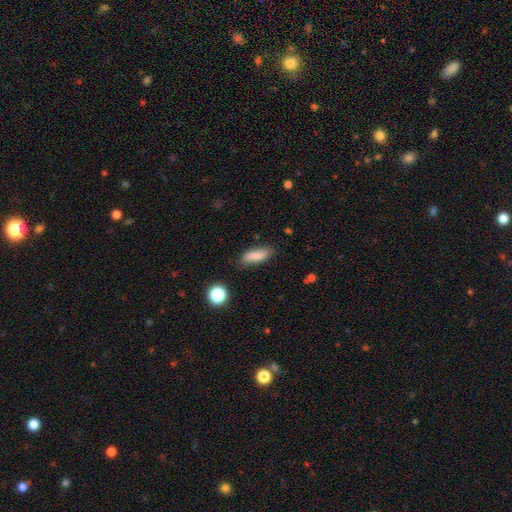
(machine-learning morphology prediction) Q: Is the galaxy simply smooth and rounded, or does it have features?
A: smooth — 80%.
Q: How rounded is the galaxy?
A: in between — 64%.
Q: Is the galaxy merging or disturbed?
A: none — 77%.